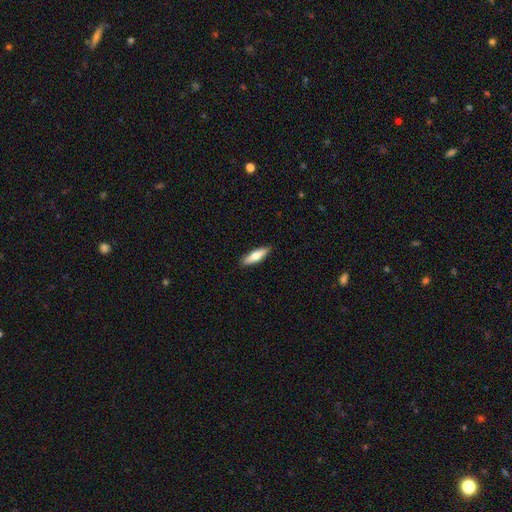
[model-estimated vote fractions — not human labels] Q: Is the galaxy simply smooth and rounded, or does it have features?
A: smooth — 63%.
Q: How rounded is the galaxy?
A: cigar-shaped — 62%.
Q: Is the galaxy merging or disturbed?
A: none — 90%.